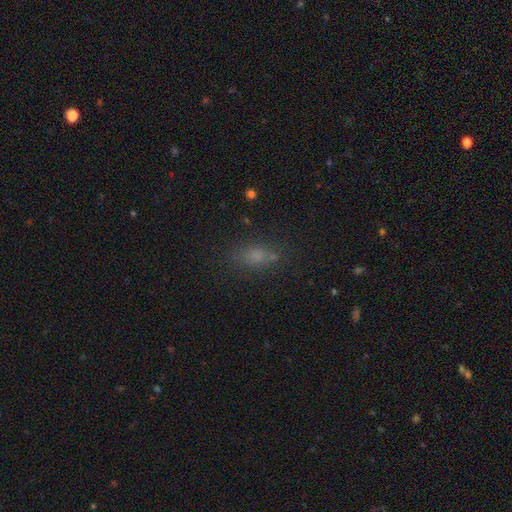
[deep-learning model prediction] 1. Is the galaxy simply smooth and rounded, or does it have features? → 70% smooth, 19% star or artifact, 10% featured or disk.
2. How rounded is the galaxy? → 72% in between, 18% round, 10% cigar-shaped.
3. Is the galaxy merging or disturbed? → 74% none, 15% minor disturbance, 6% major disturbance, 5% merger.